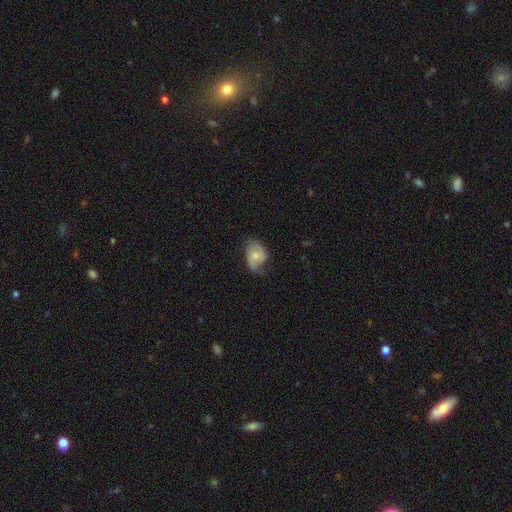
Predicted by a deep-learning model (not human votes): The model was most divided on "smooth or featured": smooth: 49%, featured or disk: 44%, star or artifact: 7%. More confident: merging — none (53%).